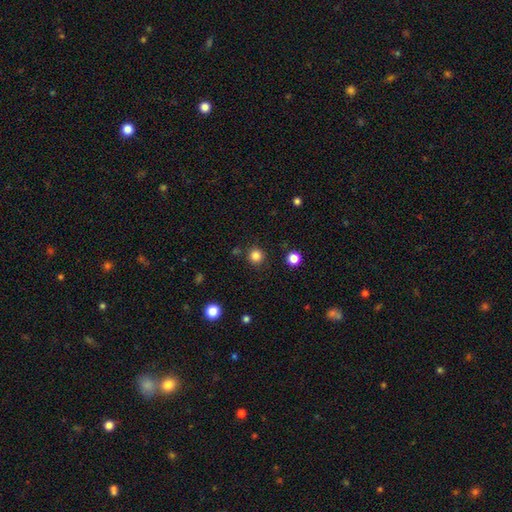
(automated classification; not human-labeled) smooth-or-featured: smooth: 84% | star or artifact: 13% | featured or disk: 3%
  how-rounded: round: 95% | in between: 4% | cigar-shaped: 1%
  merging: none: 89% | minor disturbance: 6% | merger: 3% | major disturbance: 2%